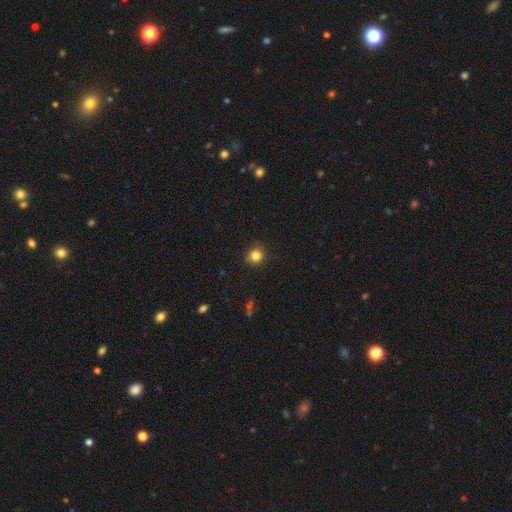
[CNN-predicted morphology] Smooth or featured? smooth (83%)
How rounded? round (86%)
Merging? none (85%)